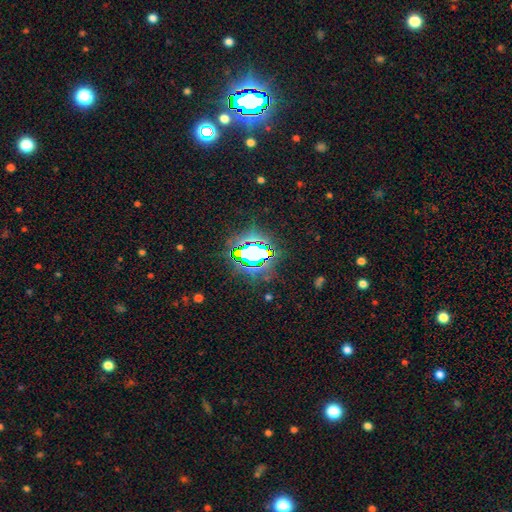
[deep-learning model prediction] This is likely a star or artifact rather than a galaxy (70%).